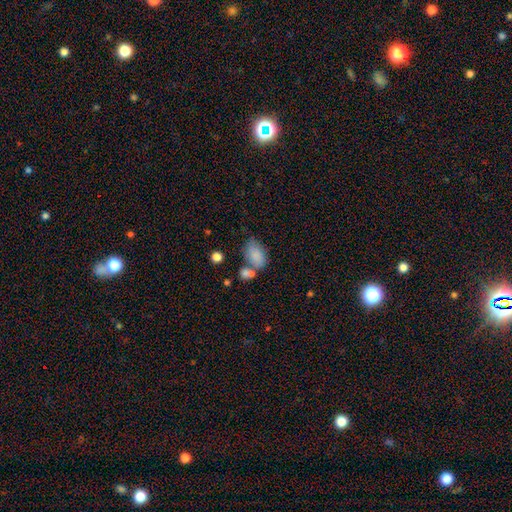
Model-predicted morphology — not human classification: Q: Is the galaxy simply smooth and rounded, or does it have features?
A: smooth — 82%.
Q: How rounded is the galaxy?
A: in between — 90%.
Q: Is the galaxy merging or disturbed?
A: none — 47%.